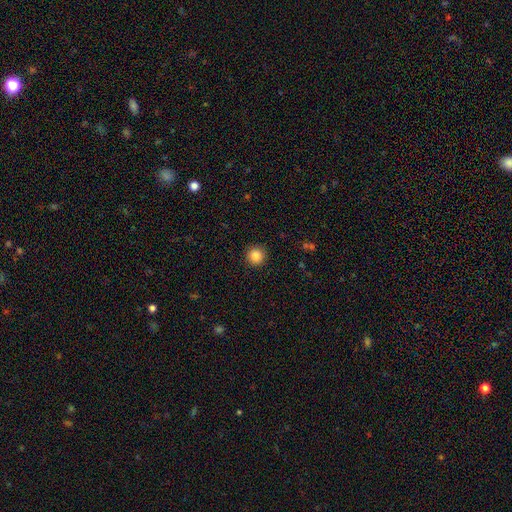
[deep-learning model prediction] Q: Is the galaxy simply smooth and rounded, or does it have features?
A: smooth — 86%.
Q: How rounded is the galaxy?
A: round — 95%.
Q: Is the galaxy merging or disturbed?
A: none — 92%.